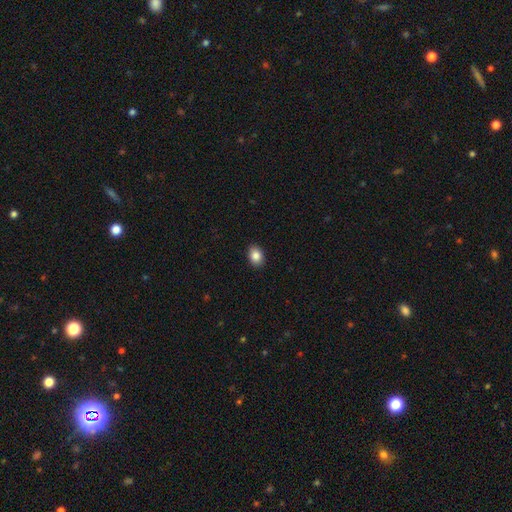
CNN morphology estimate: Smooth or featured? Predicted: smooth (p=0.86). How rounded? Predicted: in between (p=0.69). Merging? Predicted: none (p=0.90).